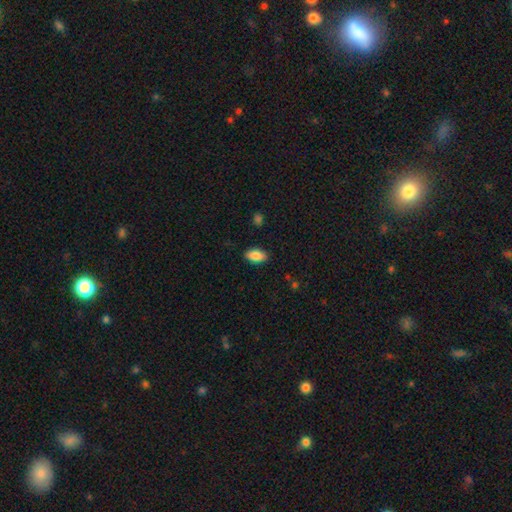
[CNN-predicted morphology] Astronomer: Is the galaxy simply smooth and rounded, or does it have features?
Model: smooth — 86%.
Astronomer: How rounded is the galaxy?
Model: in between — 93%.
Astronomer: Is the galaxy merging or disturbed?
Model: none — 88%.